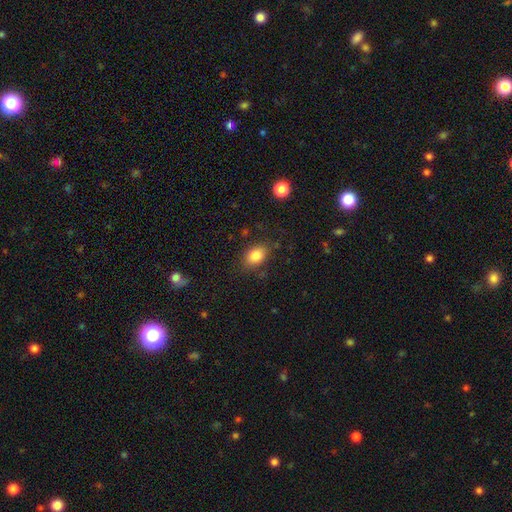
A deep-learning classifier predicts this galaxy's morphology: type=smooth (84%); roundness=in between (78%); merging=none (80%).